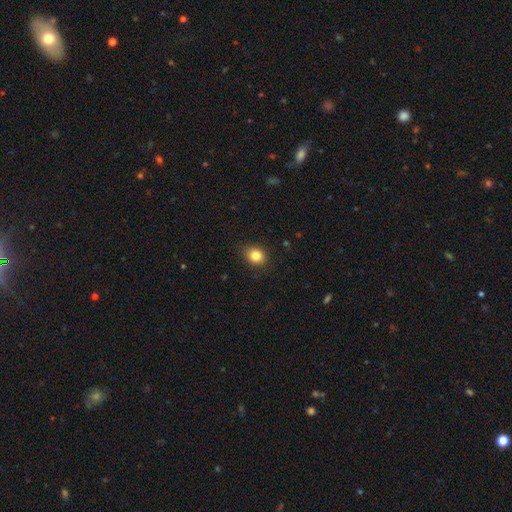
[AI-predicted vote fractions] This is clearly a smooth galaxy (83%). How rounded: likely round (61%). Merging: clearly none (85%).